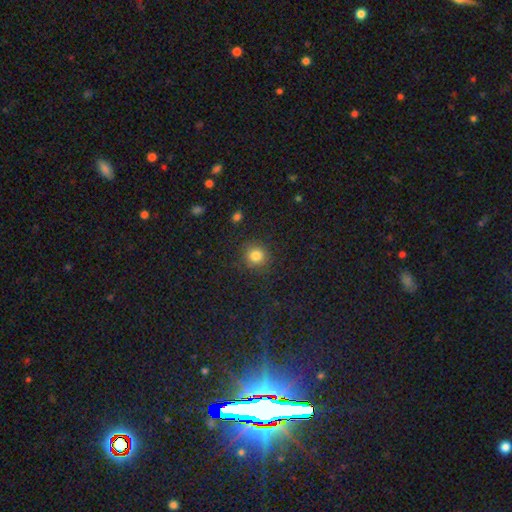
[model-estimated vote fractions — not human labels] Q: Smooth or featured?
A: smooth (81%); runner-up: star or artifact (14%)
Q: How rounded?
A: round (88%); runner-up: in between (11%)
Q: Merging?
A: none (86%); runner-up: minor disturbance (9%)